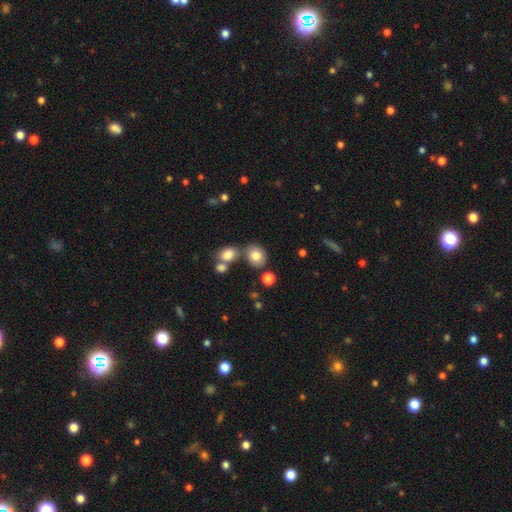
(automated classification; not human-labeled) Morphology: type=smooth (80%); roundness=round (63%); merging=none (68%).